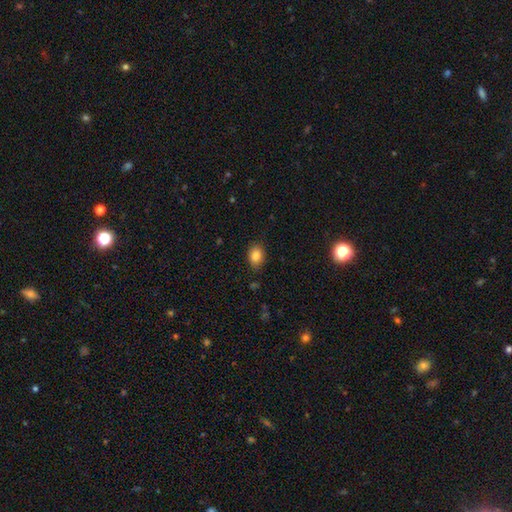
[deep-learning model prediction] Q: Smooth or featured?
A: smooth (85%); runner-up: star or artifact (9%)
Q: How rounded?
A: in between (75%); runner-up: round (24%)
Q: Merging?
A: none (83%); runner-up: minor disturbance (13%)